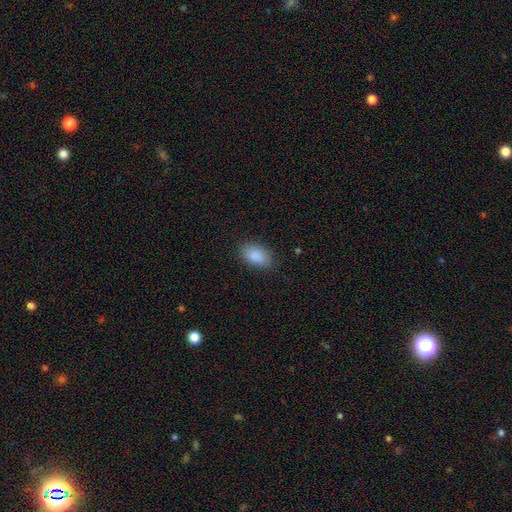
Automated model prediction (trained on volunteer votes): smooth-or-featured: smooth: 89% | star or artifact: 7% | featured or disk: 4%
  how-rounded: in between: 92% | round: 6% | cigar-shaped: 2%
  merging: none: 85% | minor disturbance: 11% | major disturbance: 3% | merger: 1%